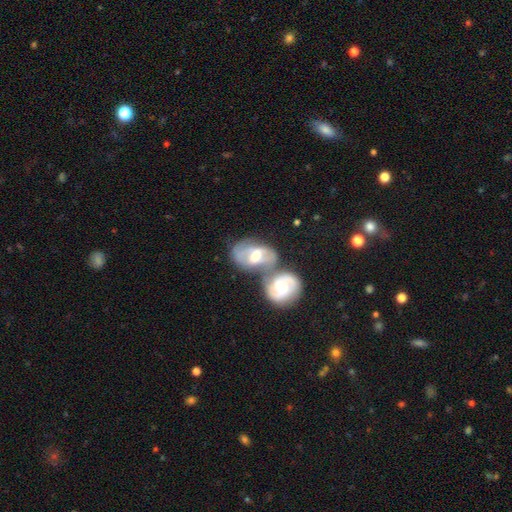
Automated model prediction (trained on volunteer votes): Smooth or featured: featured or disk — 72% (smooth — 23%)
Edge-on disk: no — 95% (yes — 5%)
Bar: weak — 46% (strong — 30%)
Spiral arms: yes — 79% (no — 21%)
Spiral winding: medium — 45% (tight — 35%)
Spiral arm count: 2 — 70% (can't tell — 19%)
Bulge size: moderate — 72% (large — 13%)
Merging: merger — 60% (none — 22%)